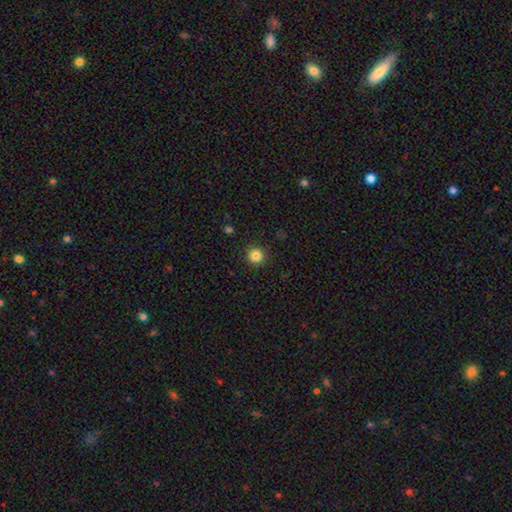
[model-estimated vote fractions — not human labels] The model was most divided on "smooth or featured": smooth: 84%, star or artifact: 11%, featured or disk: 4%. More confident: how rounded — round (95%); merging — none (91%).